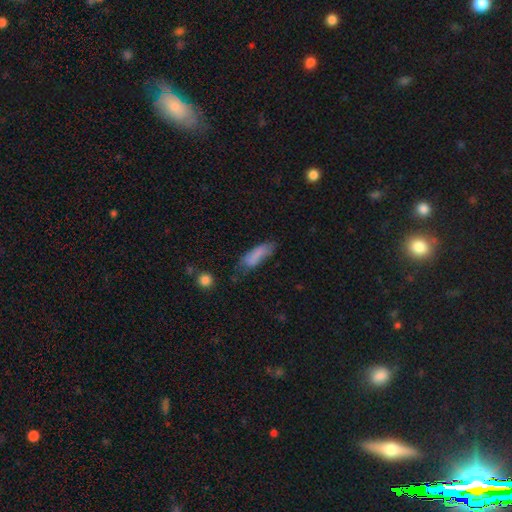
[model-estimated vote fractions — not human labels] Smooth or featured? smooth (78%)
How rounded? in between (51%)
Merging? none (49%)